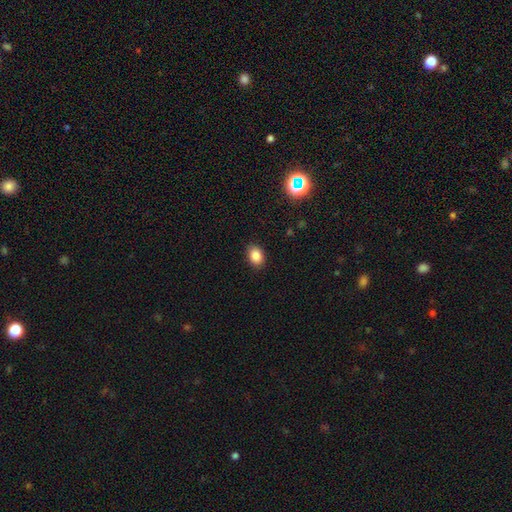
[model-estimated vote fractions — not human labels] Morphology: type=smooth (86%); roundness=in between (69%); merging=none (88%).